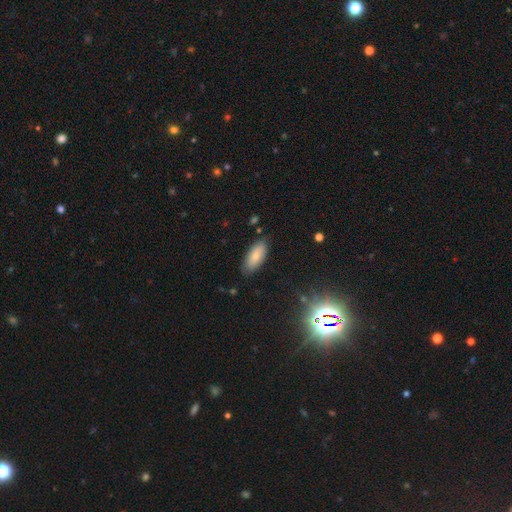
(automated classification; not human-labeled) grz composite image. It shows a smooth galaxy with no disk features (79%) that is in between round and cigar-shaped (84%). Merging: none (81%).